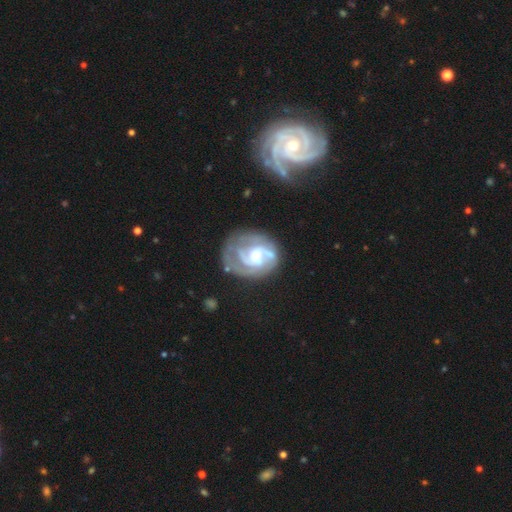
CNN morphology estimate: Smooth or featured? featured or disk (86%)
Edge-on disk? no (98%)
Bar? no (50%)
Spiral arms? yes (94%)
Spiral winding? tight (52%)
Spiral arm count? 2 (44%)
Bulge size? moderate (61%)
Merging? none (62%)